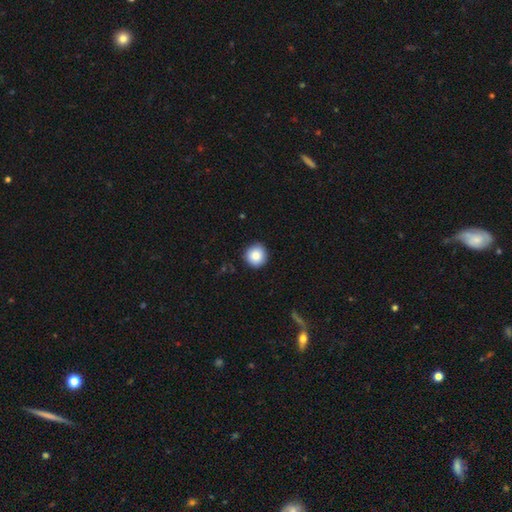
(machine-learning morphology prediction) Smooth or featured?
  - smooth: 86% *
  - star or artifact: 8%
  - featured or disk: 5%
How rounded?
  - round: 94% *
  - in between: 5%
  - cigar-shaped: 1%
Merging?
  - none: 89% *
  - minor disturbance: 8%
  - major disturbance: 2%
  - merger: 1%